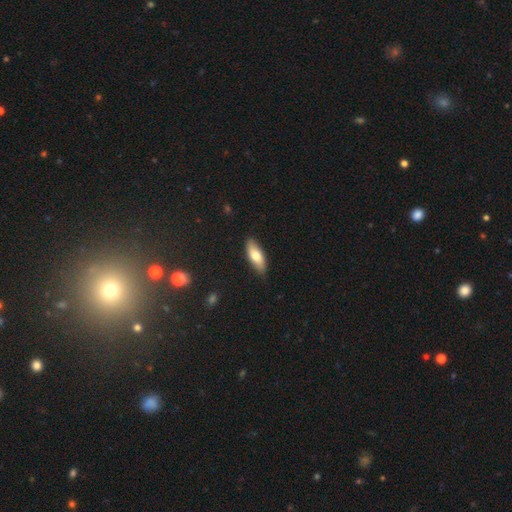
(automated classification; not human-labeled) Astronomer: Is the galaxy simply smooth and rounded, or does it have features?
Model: smooth — 73%.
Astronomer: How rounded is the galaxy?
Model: in between — 69%.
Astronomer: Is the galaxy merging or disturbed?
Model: none — 85%.